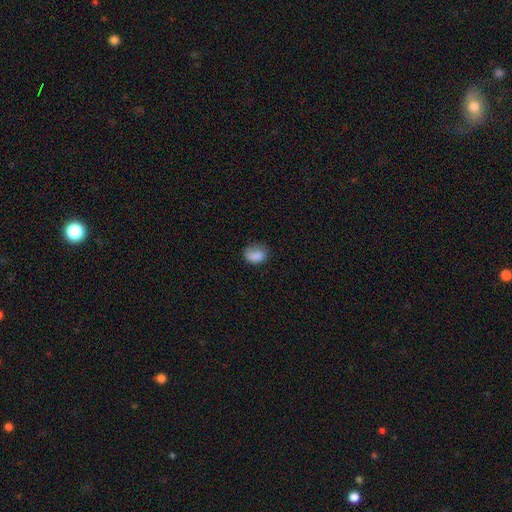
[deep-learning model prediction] smooth_or_featured: smooth (p=0.84) [alt: star or artifact p=0.09]
how_rounded: in between (p=0.65) [alt: round p=0.34]
merging: none (p=0.59) [alt: minor disturbance p=0.28]